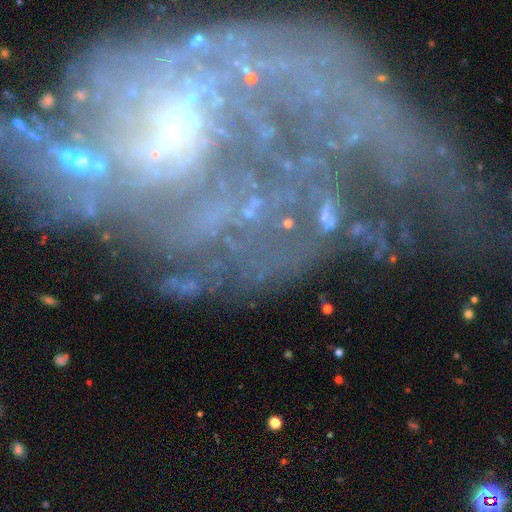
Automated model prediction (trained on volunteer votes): Smooth or featured?
  - featured or disk: 75% *
  - star or artifact: 15%
  - smooth: 10%
Edge-on disk?
  - no: 96% *
  - yes: 4%
Bar?
  - no: 44% *
  - weak: 33%
  - strong: 23%
Spiral arms?
  - yes: 69% *
  - no: 31%
Bulge size?
  - small: 36% *
  - none: 30%
  - moderate: 24%
  - large: 7%
  - dominant: 3%
Merging?
  - none: 42% *
  - major disturbance: 33%
  - minor disturbance: 17%
  - merger: 8%